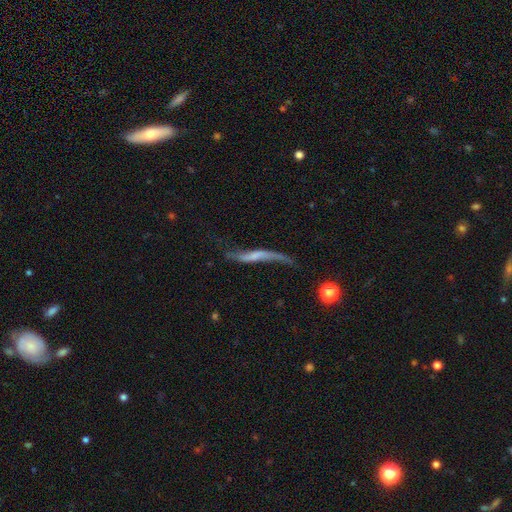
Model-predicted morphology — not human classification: Q: Smooth or featured?
A: featured or disk (68%); runner-up: smooth (24%)
Q: Edge-on disk?
A: no (59%); runner-up: yes (41%)
Q: Merging?
A: none (44%); runner-up: minor disturbance (25%)